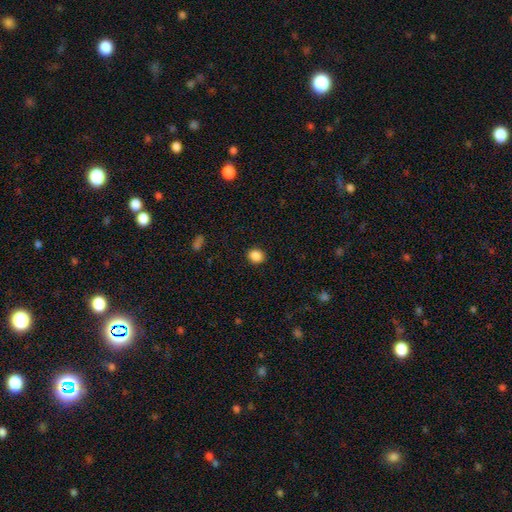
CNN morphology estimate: Q: Smooth or featured?
A: smooth (88%); runner-up: star or artifact (9%)
Q: How rounded?
A: round (68%); runner-up: in between (31%)
Q: Merging?
A: none (90%); runner-up: minor disturbance (7%)